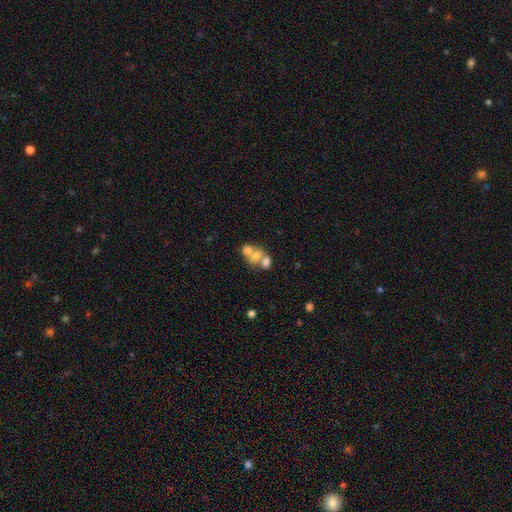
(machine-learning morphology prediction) The model was most divided on "how rounded": in between: 64%, round: 34%, cigar-shaped: 2%. More confident: merging — merger (67%); smooth or featured — smooth (60%).